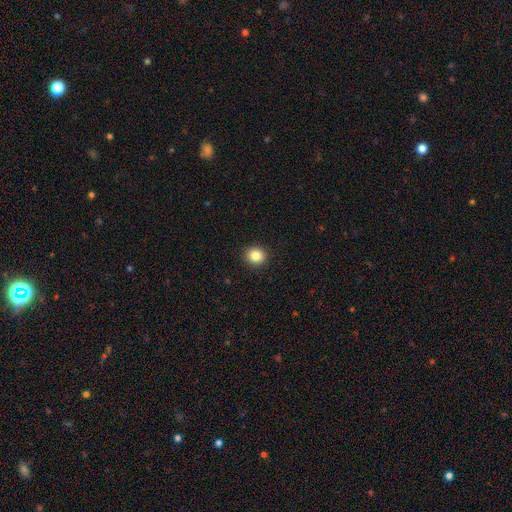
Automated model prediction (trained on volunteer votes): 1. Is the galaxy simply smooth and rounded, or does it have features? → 85% smooth, 10% star or artifact, 5% featured or disk.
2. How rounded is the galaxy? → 87% round, 12% in between, 1% cigar-shaped.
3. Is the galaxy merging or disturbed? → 92% none, 5% minor disturbance, 2% major disturbance, 1% merger.